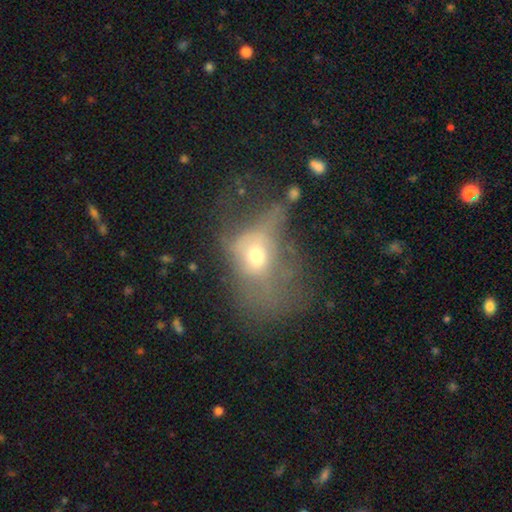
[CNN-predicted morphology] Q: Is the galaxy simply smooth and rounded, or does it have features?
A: smooth — 46%.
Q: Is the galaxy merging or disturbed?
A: major disturbance — 58%.